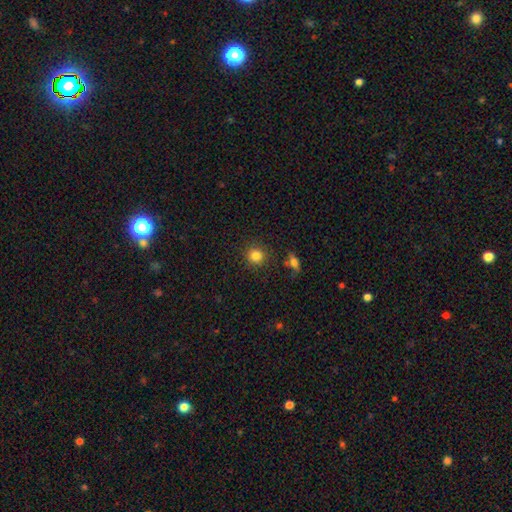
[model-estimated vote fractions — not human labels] Smooth or featured?
  - smooth: 83% *
  - star or artifact: 11%
  - featured or disk: 6%
How rounded?
  - round: 91% *
  - in between: 8%
  - cigar-shaped: 1%
Merging?
  - none: 87% *
  - minor disturbance: 7%
  - merger: 3%
  - major disturbance: 3%